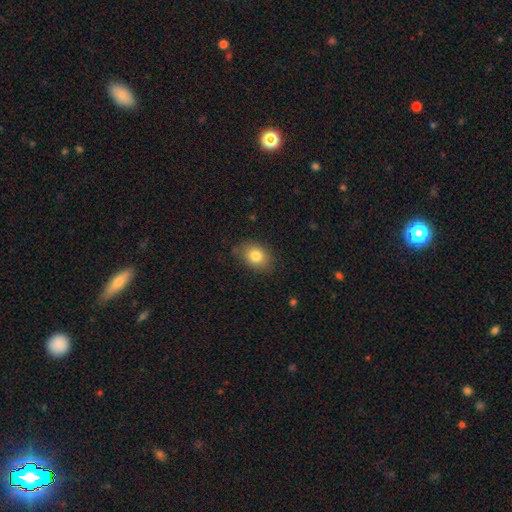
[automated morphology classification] A smooth galaxy with no disk features (81%) that is in between round and cigar-shaped (67%).

Vote fractions:
- Smooth or featured? smooth: 81% / star or artifact: 9% / featured or disk: 9%
- How rounded? in between: 67% / round: 32% / cigar-shaped: 1%
- Merging? none: 80% / minor disturbance: 15% / major disturbance: 3% / merger: 1%